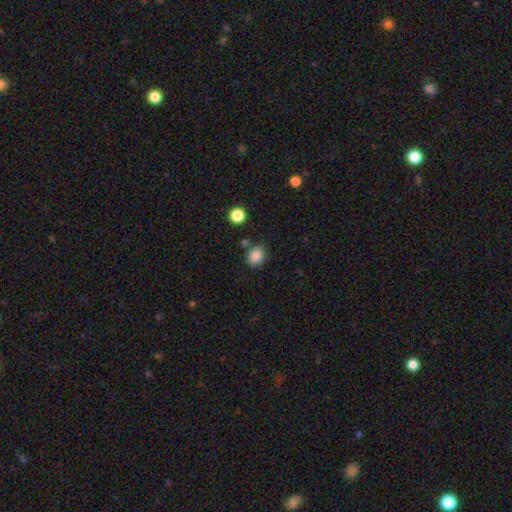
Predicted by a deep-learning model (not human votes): smooth_or_featured: smooth (p=0.86) [alt: star or artifact p=0.10]
how_rounded: round (p=0.51) [alt: in between p=0.48]
merging: none (p=0.73) [alt: minor disturbance p=0.15]